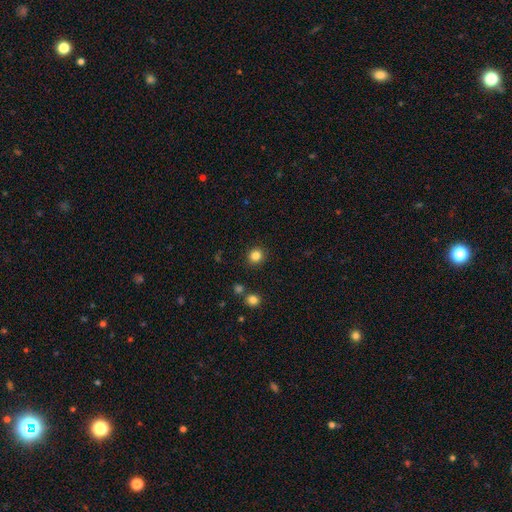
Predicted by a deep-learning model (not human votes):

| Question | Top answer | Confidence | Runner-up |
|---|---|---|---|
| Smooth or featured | smooth | 84% | star or artifact (12%) |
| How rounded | round | 89% | in between (10%) |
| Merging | none | 90% | minor disturbance (6%) |